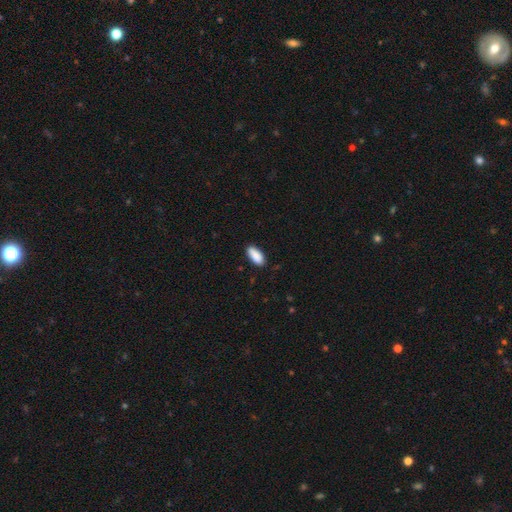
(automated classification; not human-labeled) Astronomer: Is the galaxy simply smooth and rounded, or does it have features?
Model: smooth — 90%.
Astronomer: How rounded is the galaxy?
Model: in between — 84%.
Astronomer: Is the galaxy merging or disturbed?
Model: none — 84%.